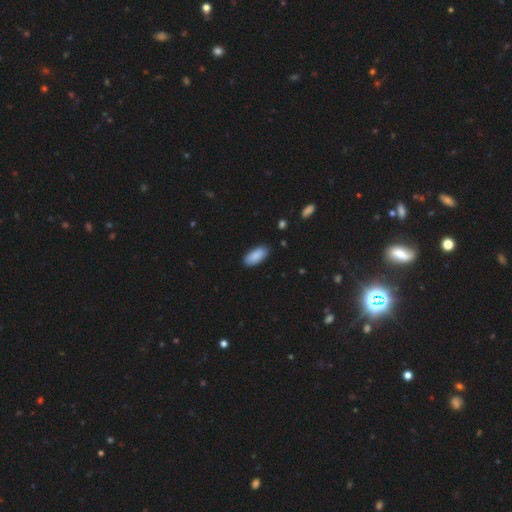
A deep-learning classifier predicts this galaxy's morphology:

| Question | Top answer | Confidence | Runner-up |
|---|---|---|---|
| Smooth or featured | smooth | 90% | star or artifact (6%) |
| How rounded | in between | 88% | cigar-shaped (10%) |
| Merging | none | 86% | minor disturbance (11%) |